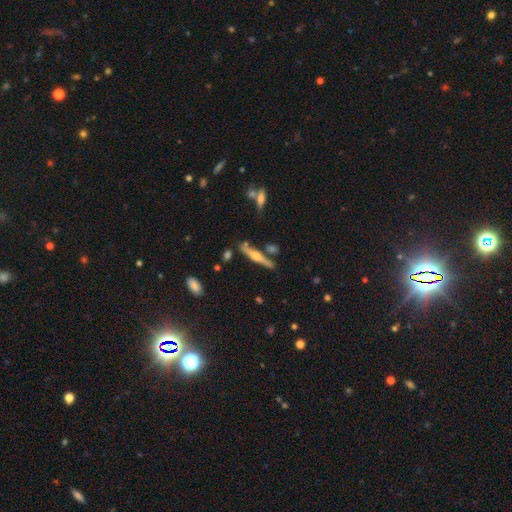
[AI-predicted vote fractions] A featured or disk galaxy (71%) viewed edge-on (97%) with a rounded central bulge (91%). Merging: none (80%).